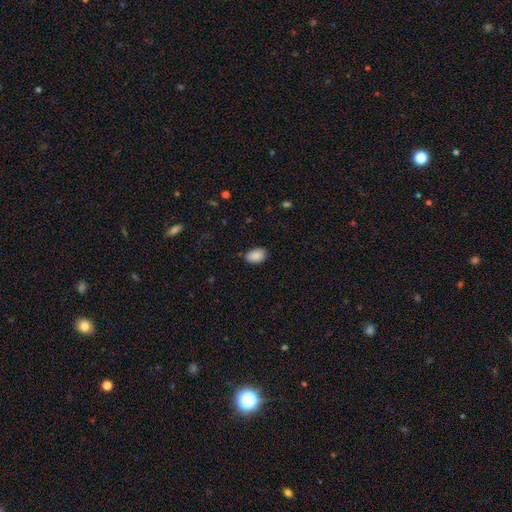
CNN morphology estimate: The model was most divided on "merging": none: 79%, minor disturbance: 17%, major disturbance: 3%, merger: 1%. More confident: smooth or featured — smooth (89%); how rounded — in between (86%).